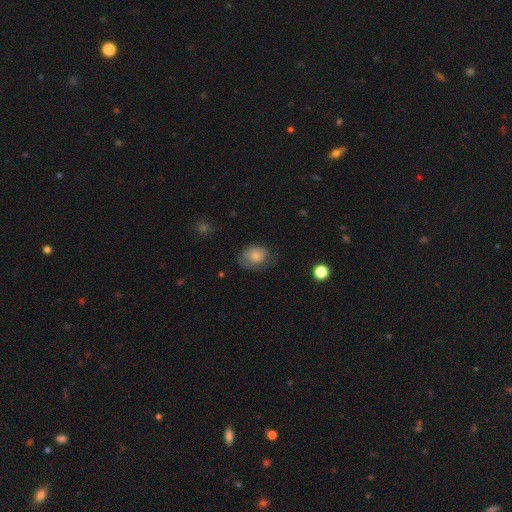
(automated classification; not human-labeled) Smooth or featured? Predicted: smooth (p=0.77). How rounded? Predicted: in between (p=0.59). Merging? Predicted: none (p=0.54).